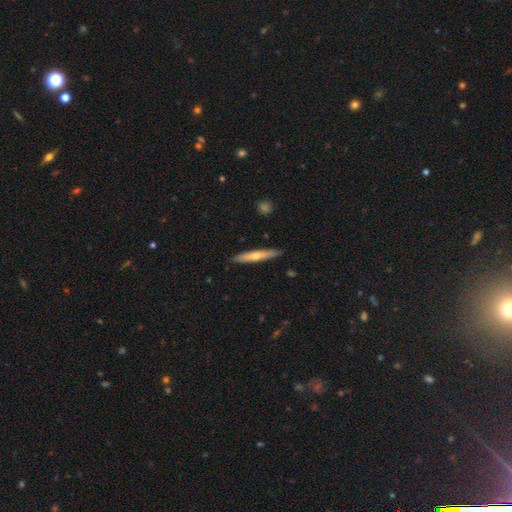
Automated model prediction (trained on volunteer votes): A featured or disk galaxy (49%). Merging: none (90%).